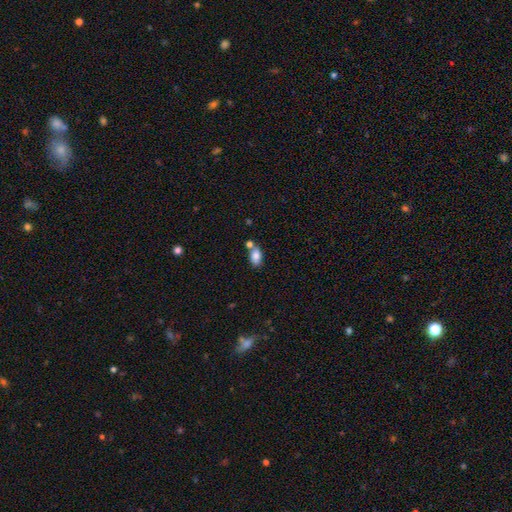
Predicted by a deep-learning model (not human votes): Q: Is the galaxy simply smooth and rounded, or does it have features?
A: smooth — 84%.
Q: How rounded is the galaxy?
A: in between — 90%.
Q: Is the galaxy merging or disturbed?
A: none — 56%.